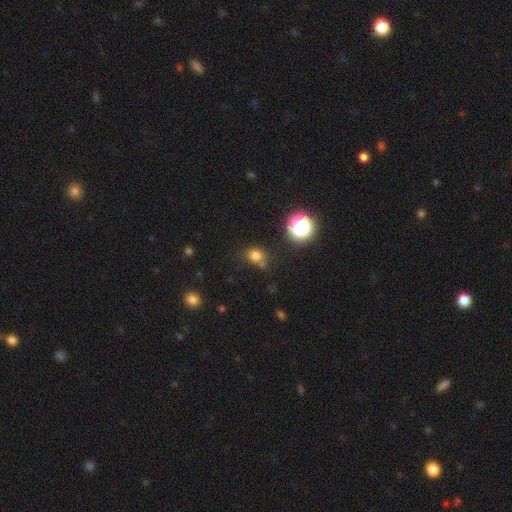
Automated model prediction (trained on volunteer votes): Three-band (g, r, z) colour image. It shows a smooth galaxy with no disk features (74%) that is round (72%). Merging: none (65%).